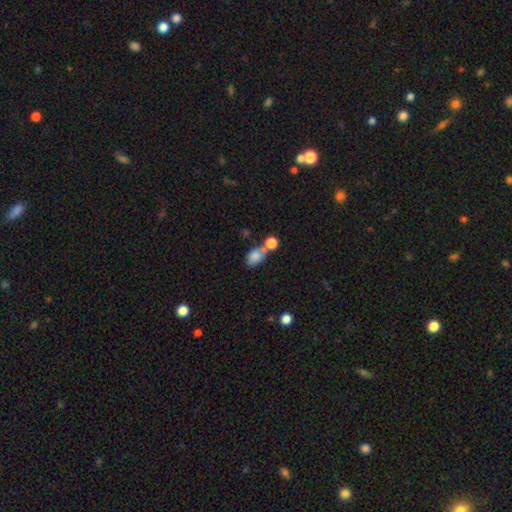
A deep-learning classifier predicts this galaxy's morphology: Q: Smooth or featured?
A: smooth (80%); runner-up: featured or disk (11%)
Q: How rounded?
A: in between (78%); runner-up: round (20%)
Q: Merging?
A: merger (43%); runner-up: none (37%)